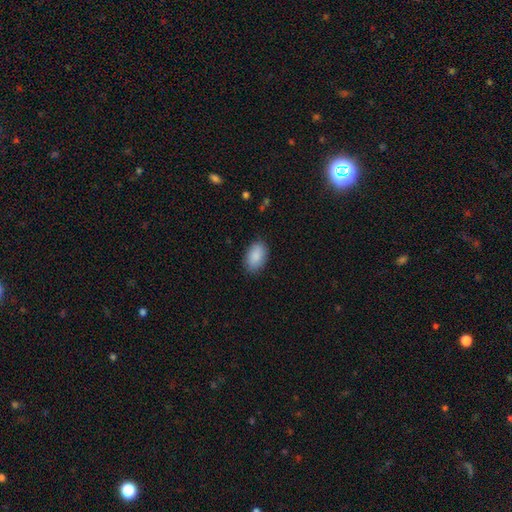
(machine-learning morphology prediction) Overall: smooth (90%). How rounded: in between (92%). Merging: none (86%).